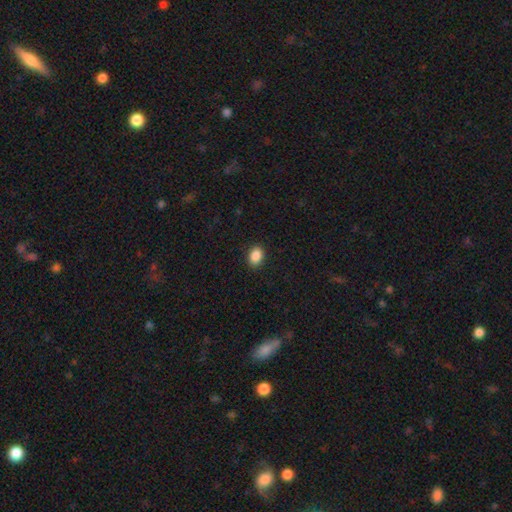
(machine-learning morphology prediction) This is clearly a smooth galaxy (89%). How rounded: likely in between (77%). Merging: clearly none (90%).